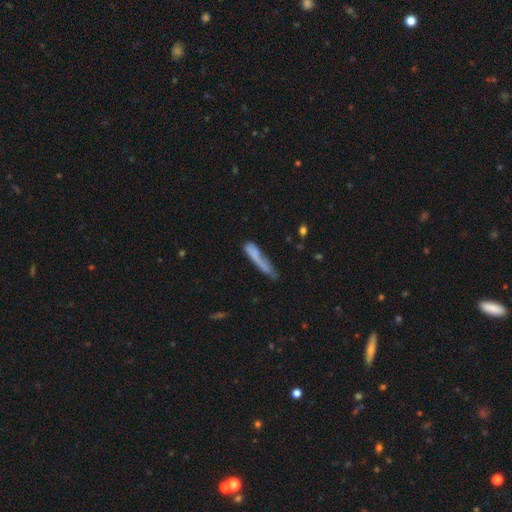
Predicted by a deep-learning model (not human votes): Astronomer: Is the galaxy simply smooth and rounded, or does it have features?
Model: smooth — 69%.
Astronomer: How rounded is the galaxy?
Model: cigar-shaped — 87%.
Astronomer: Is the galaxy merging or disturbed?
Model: none — 48% (runner-up: minor disturbance, 29%).